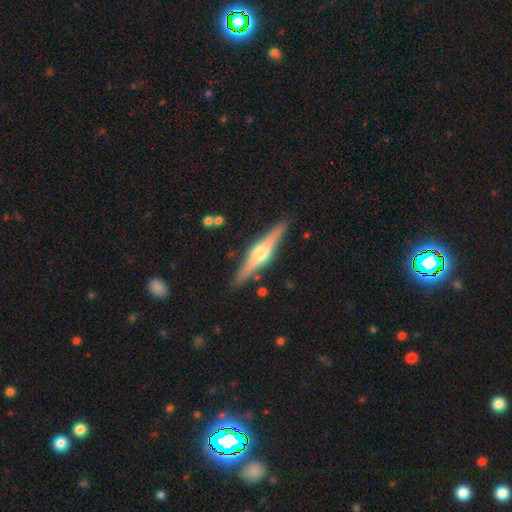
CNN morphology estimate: Q: Smooth or featured?
A: featured or disk (74%); runner-up: smooth (21%)
Q: Edge-on disk?
A: yes (97%); runner-up: no (3%)
Q: Edge-on bulge?
A: rounded (91%); runner-up: boxy (6%)
Q: Merging?
A: none (88%); runner-up: minor disturbance (8%)